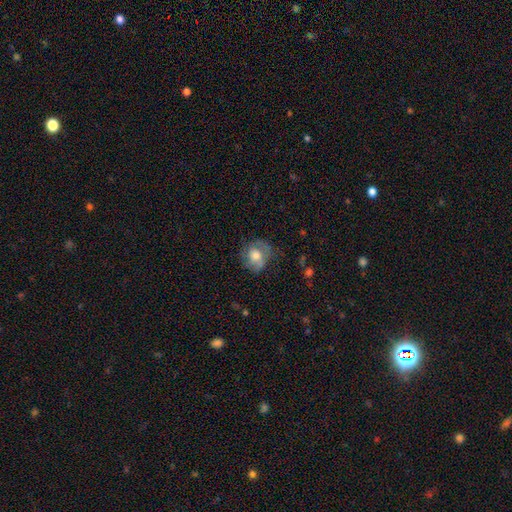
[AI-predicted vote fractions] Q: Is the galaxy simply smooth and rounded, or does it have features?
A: smooth — 55%.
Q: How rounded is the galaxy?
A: round — 67%.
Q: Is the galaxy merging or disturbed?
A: none — 56%.